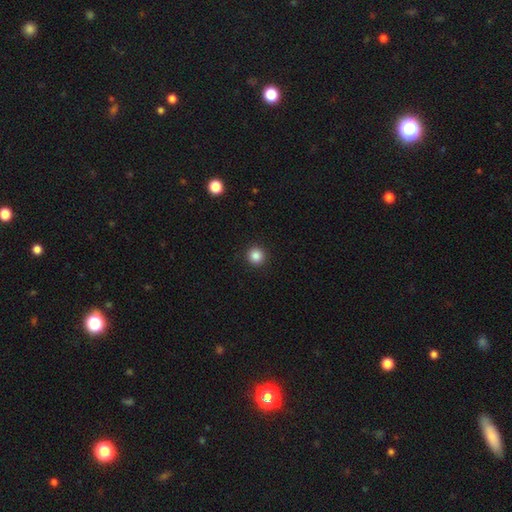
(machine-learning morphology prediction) This appears to be a smooth galaxy with no disk features (86%) that is round (95%). Merging: none (93%).